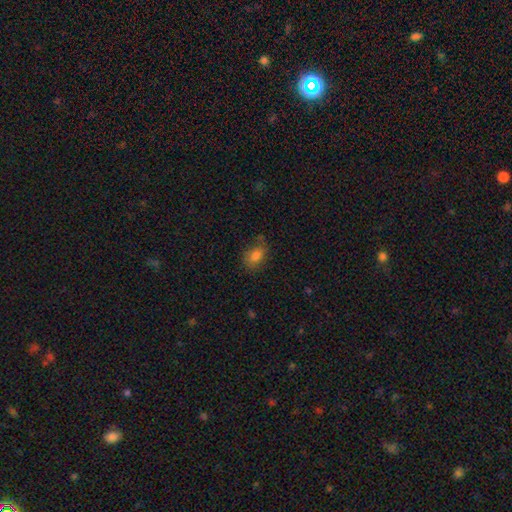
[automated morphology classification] type=smooth (79%); roundness=in between (77%); merging=none (67%).